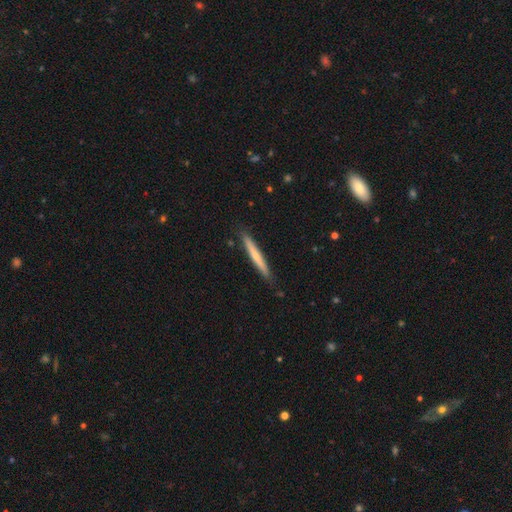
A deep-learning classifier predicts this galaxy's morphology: Smooth or featured: smooth — 53% (featured or disk — 41%)
How rounded: cigar-shaped — 96% (in between — 3%)
Merging: none — 88% (minor disturbance — 9%)